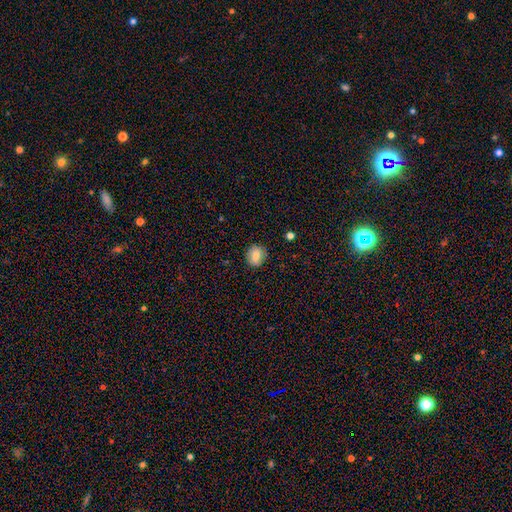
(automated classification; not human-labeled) Overall: smooth (78%). How rounded: round (72%). Merging: none (86%).